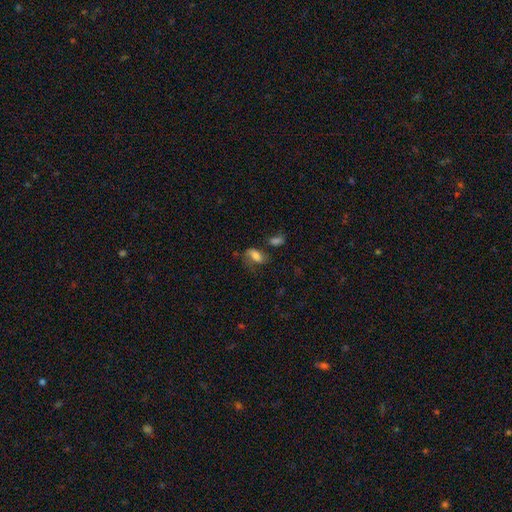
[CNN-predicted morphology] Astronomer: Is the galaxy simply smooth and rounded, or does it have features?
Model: smooth — 65%.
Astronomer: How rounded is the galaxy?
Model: in between — 87%.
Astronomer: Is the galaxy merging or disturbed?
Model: none — 43% (runner-up: minor disturbance, 26%).